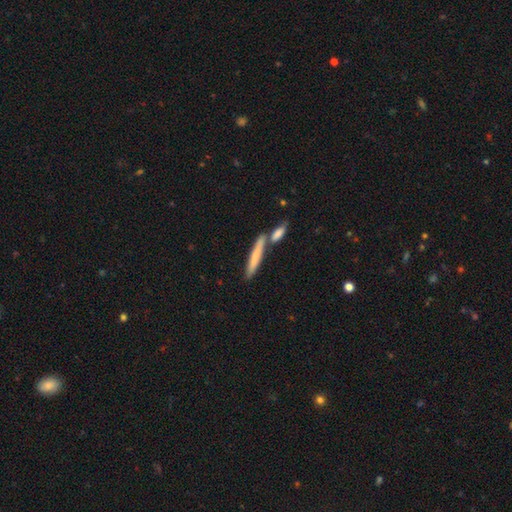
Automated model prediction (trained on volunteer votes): A smooth galaxy with no disk features (65%) that is cigar-shaped (92%).

Vote fractions:
- Smooth or featured? smooth: 65% / featured or disk: 29% / star or artifact: 6%
- How rounded? cigar-shaped: 92% / in between: 7% / round: 2%
- Merging? none: 62% / merger: 25% / minor disturbance: 10% / major disturbance: 3%